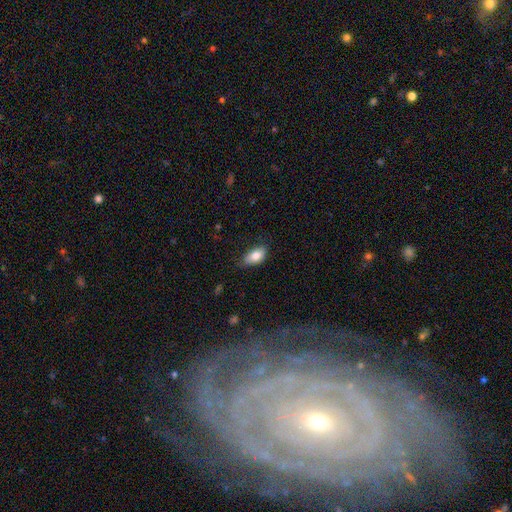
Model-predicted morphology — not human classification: smooth 82%, featured or disk 11%, star or artifact 7%. Down the decision tree: how rounded — in between (91%); merging — none (74%).